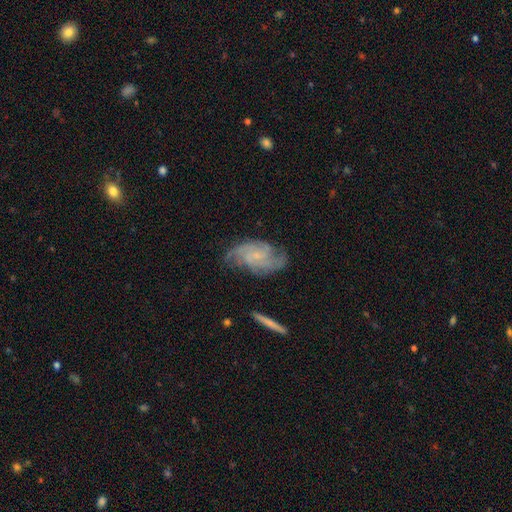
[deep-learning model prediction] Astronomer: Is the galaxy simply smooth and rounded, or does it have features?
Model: featured or disk — 84%.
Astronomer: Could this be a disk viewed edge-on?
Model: no — 96%.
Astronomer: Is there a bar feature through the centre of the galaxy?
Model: no — 64%.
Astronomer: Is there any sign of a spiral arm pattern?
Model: yes — 96%.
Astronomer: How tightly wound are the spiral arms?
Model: medium — 44% (runner-up: tight, 41%).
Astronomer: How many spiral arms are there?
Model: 2 — 35% (runner-up: 3, 27%).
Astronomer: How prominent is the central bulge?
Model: small — 76%.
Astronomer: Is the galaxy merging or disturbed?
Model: none — 70%.